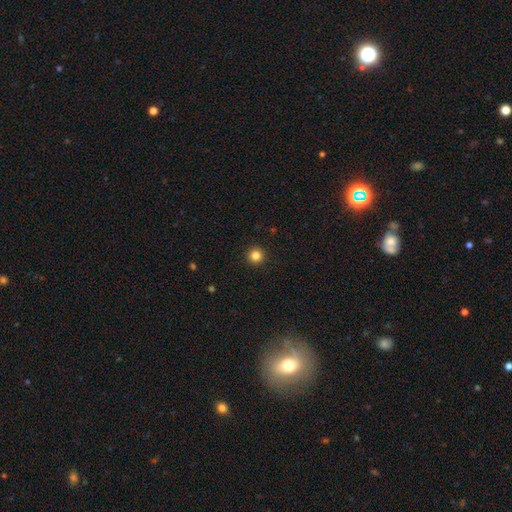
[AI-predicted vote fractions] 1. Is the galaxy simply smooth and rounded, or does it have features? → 84% smooth, 12% star or artifact, 4% featured or disk.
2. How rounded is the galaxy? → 96% round, 3% in between, 1% cigar-shaped.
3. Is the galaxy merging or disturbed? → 94% none, 4% minor disturbance, 1% major disturbance, 1% merger.